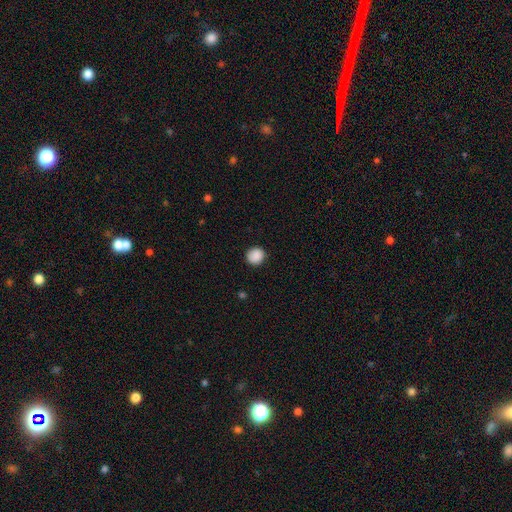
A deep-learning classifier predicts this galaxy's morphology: A smooth galaxy with no disk features (89%) that is round (89%). Merging: none (89%).